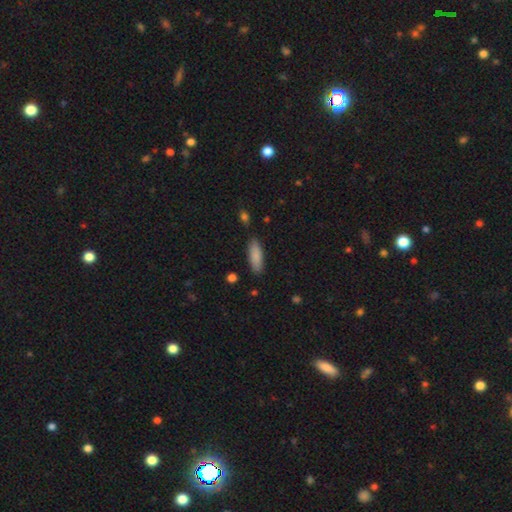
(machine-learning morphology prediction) Smooth or featured? Predicted: smooth (p=0.86). How rounded? Predicted: in between (p=0.54). Merging? Predicted: none (p=0.85).